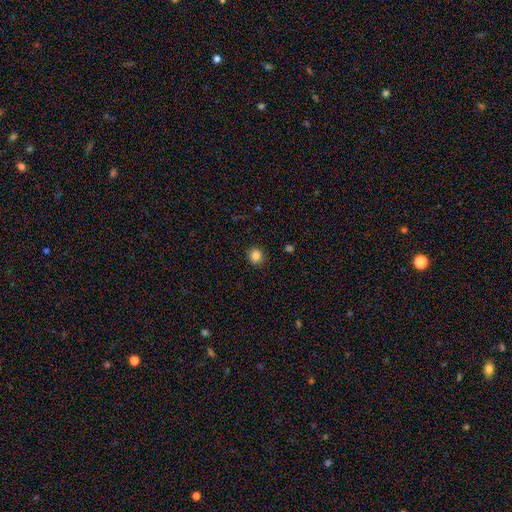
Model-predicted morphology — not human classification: Smooth or featured? Predicted: smooth (p=0.85). How rounded? Predicted: round (p=0.90). Merging? Predicted: none (p=0.90).